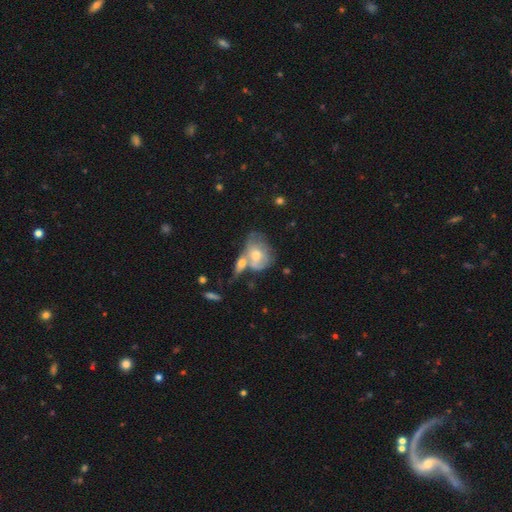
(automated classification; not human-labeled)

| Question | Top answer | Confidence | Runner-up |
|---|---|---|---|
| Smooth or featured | smooth | 51% | featured or disk (42%) |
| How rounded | in between | 66% | round (32%) |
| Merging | merger | 54% | none (21%) |